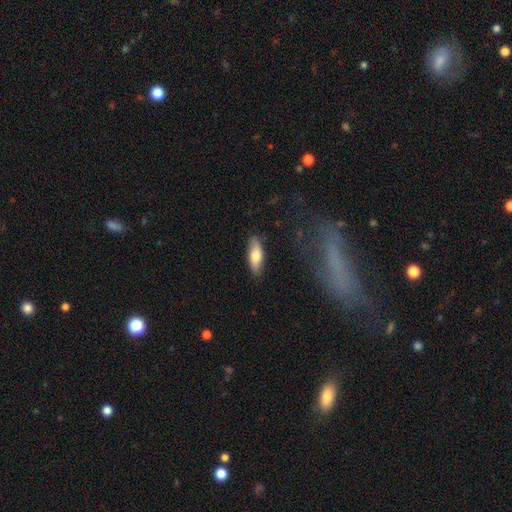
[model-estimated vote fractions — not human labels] Overall: smooth (74%). How rounded: in between (67%; cigar-shaped 30%). Merging: none (84%).